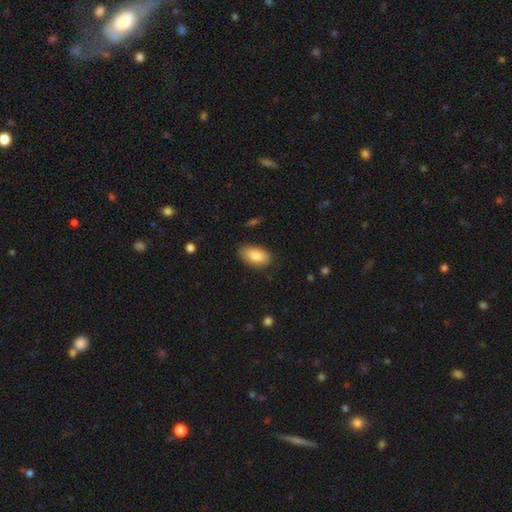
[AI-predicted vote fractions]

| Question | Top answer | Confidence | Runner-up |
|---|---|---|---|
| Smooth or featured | smooth | 86% | featured or disk (8%) |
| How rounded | in between | 93% | round (4%) |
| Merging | none | 82% | minor disturbance (14%) |